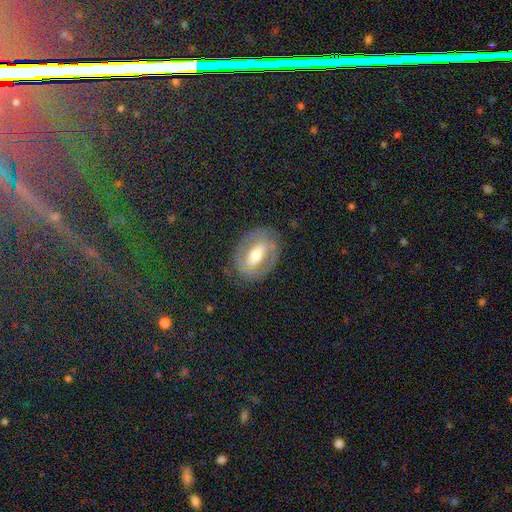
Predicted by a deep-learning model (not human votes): Smooth or featured?
  - featured or disk: 64% *
  - smooth: 24%
  - star or artifact: 11%
Edge-on disk?
  - no: 93% *
  - yes: 7%
Bar?
  - weak: 36% * (tied)
  - strong: 36% * (tied)
  - no: 28%
Spiral arms?
  - yes: 57% *
  - no: 43%
Bulge size?
  - moderate: 67% *
  - small: 18%
  - large: 12%
  - dominant: 2%
  - none: 1%
Merging?
  - none: 79% *
  - minor disturbance: 14%
  - major disturbance: 7%
  - merger: 1%